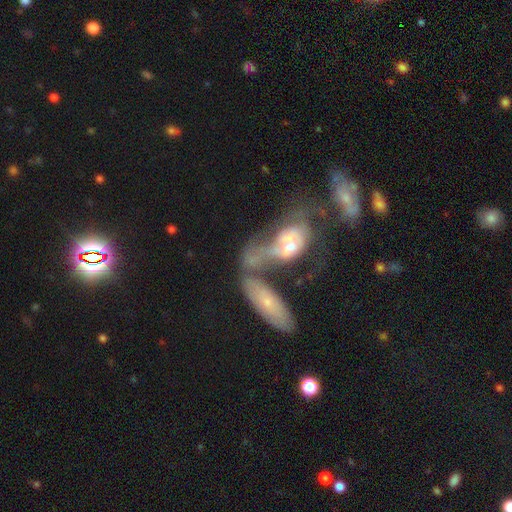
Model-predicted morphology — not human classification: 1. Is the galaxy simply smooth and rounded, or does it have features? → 52% featured or disk, 36% smooth, 12% star or artifact.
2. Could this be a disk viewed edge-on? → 85% no, 15% yes.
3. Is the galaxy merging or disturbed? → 64% merger, 15% major disturbance, 13% none, 8% minor disturbance.